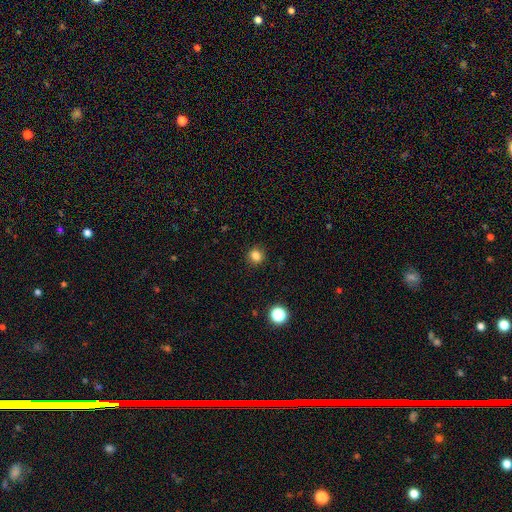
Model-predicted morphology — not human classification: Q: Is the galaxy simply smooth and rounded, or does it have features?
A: smooth — 82%.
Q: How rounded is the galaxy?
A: round — 86%.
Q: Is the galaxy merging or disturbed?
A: none — 90%.